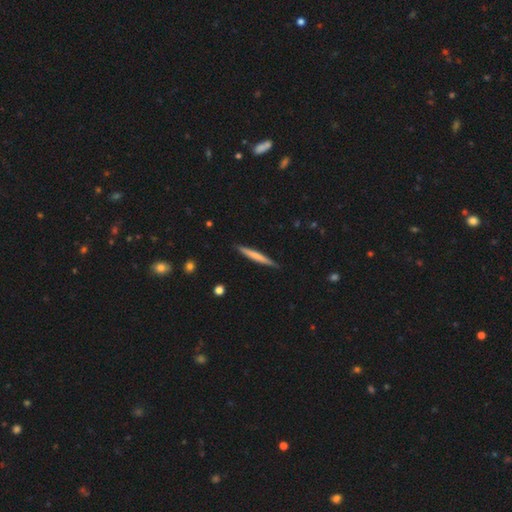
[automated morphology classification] Q: Smooth or featured?
A: smooth (60%); runner-up: featured or disk (35%)
Q: How rounded?
A: cigar-shaped (96%); runner-up: in between (3%)
Q: Merging?
A: none (88%); runner-up: minor disturbance (9%)